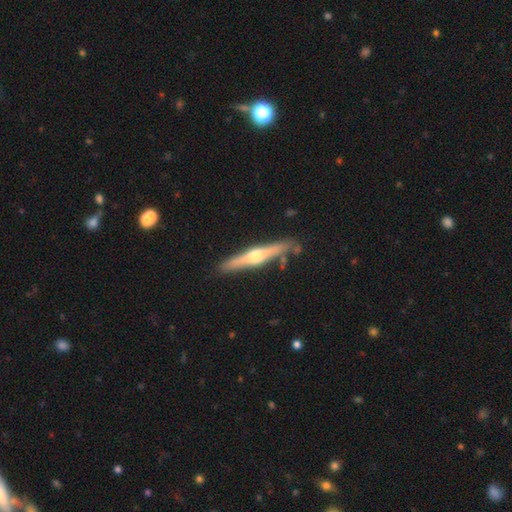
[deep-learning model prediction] Smooth or featured? Predicted: featured or disk (p=0.71). Edge-on disk? Predicted: yes (p=0.97). Edge-on bulge? Predicted: rounded (p=0.91). Merging? Predicted: none (p=0.84).